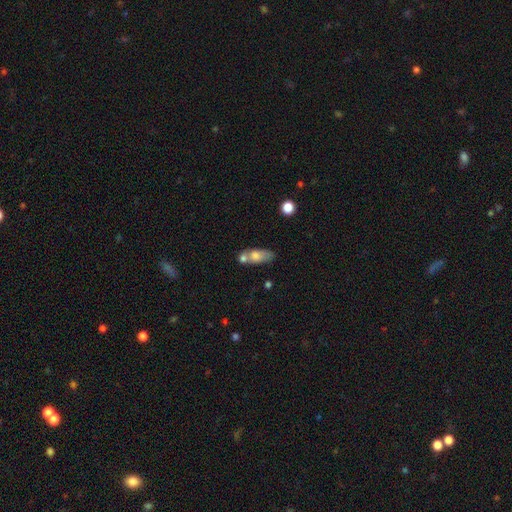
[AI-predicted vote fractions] Smooth or featured? smooth (69%)
How rounded? in between (75%)
Merging? merger (39%)